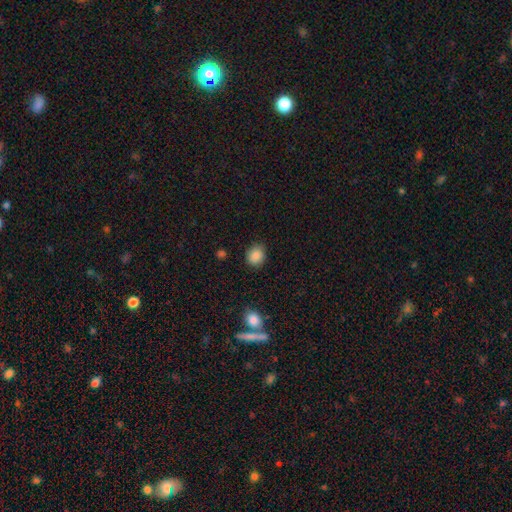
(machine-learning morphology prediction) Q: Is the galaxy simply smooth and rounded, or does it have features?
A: smooth — 87%.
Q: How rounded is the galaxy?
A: round — 69%.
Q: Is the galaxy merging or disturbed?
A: none — 82%.